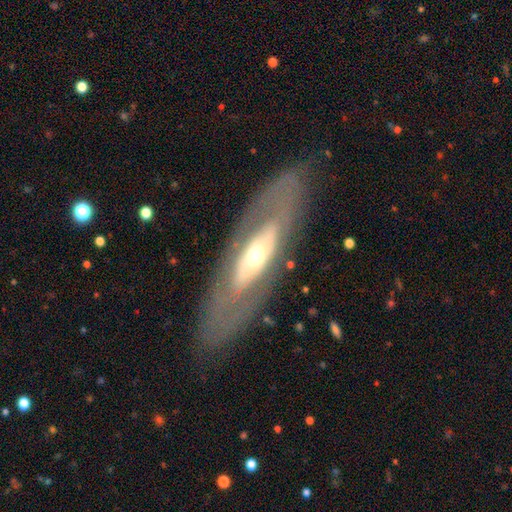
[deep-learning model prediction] Morphology: type=featured or disk (69%); edge-on=no (74%); bar=no (78%); spiral arms=no (69%); bulge=moderate (55%); merging=none (78%).